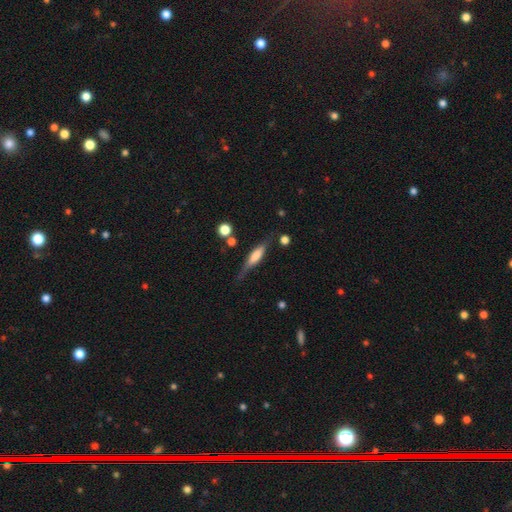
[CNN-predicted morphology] Smooth or featured? Predicted: featured or disk (p=0.50). Edge-on disk? Predicted: yes (p=0.91). Merging? Predicted: none (p=0.70).